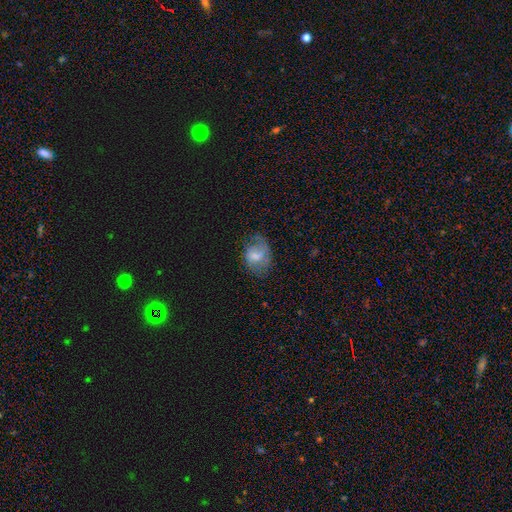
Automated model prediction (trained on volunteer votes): smooth_or_featured: smooth (p=0.50) [alt: featured or disk p=0.40]
how_rounded: in between (p=0.67) [alt: round p=0.32]
merging: none (p=0.48) [alt: minor disturbance p=0.29]